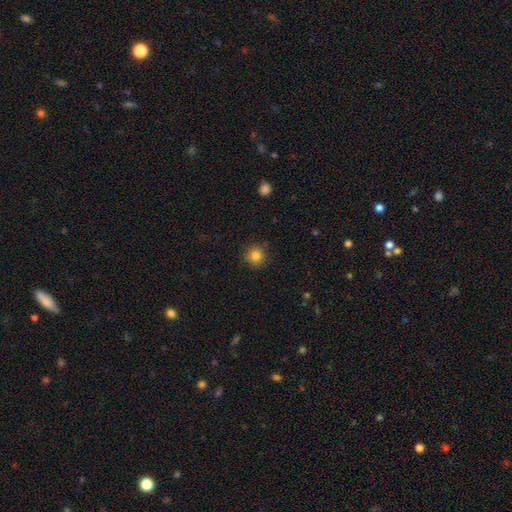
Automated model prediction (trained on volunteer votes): This appears to be a smooth galaxy with no disk features (83%) that is round (94%). Merging: none (90%).